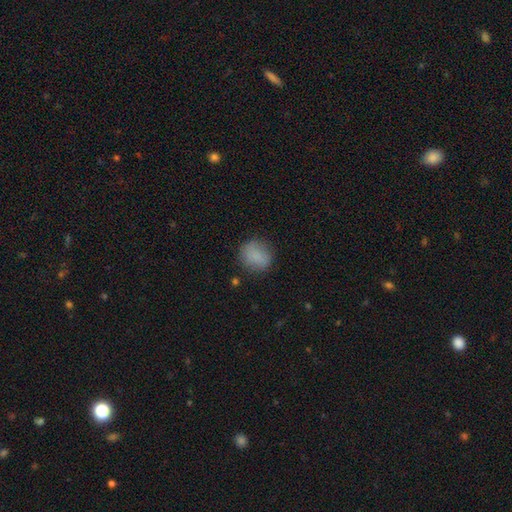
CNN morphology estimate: Smooth or featured? Predicted: smooth (p=0.84). How rounded? Predicted: round (p=0.75). Merging? Predicted: none (p=0.79).